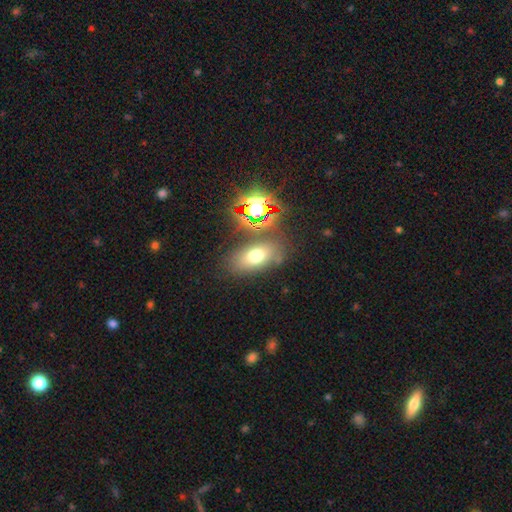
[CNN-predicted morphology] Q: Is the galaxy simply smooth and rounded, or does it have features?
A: smooth — 63%.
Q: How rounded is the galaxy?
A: in between — 79%.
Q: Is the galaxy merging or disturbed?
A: none — 76%.